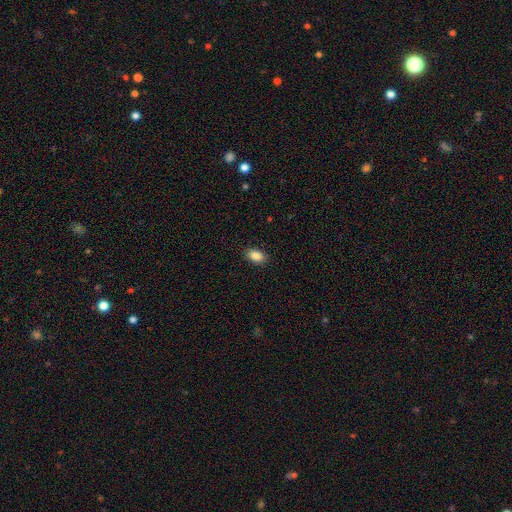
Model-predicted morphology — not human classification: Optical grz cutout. It shows a smooth galaxy with no disk features (88%) that is in between round and cigar-shaped (89%). Merging: none (89%).